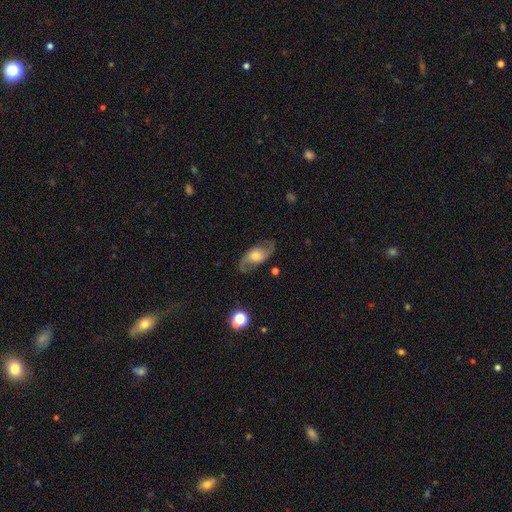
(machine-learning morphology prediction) smooth_or_featured: featured or disk (p=0.77) [alt: smooth p=0.16]
disk_edge_on: no (p=0.94) [alt: yes p=0.06]
bar: no (p=0.61) [alt: weak p=0.32]
has_spiral_arms: yes (p=0.93) [alt: no p=0.07]
spiral_winding: loose (p=0.49) [alt: medium p=0.39]
spiral_arm_count: 2 (p=0.91) [alt: can't tell p=0.04]
bulge_size: moderate (p=0.57) [alt: small p=0.28]
merging: none (p=0.79) [alt: minor disturbance p=0.14]